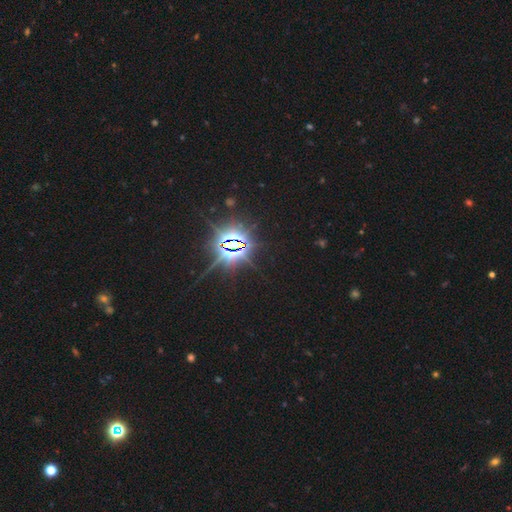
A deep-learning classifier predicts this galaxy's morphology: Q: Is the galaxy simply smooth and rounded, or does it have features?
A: star or artifact — 86%.